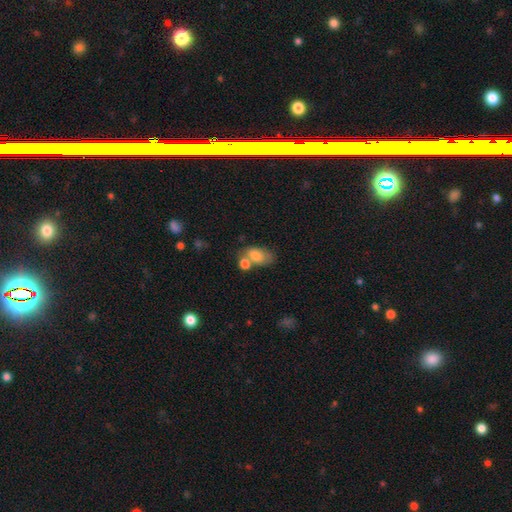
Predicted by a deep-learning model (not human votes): This is likely a smooth galaxy (78%). How rounded: clearly in between (88%). Merging: marginally merger (38%).